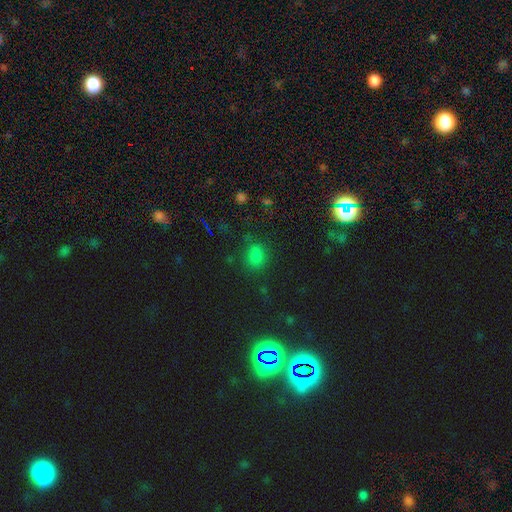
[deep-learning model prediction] A smooth galaxy with no disk features (65%) that is in between round and cigar-shaped (69%).

Vote fractions:
- Smooth or featured? smooth: 65% / star or artifact: 29% / featured or disk: 6%
- How rounded? in between: 69% / round: 28% / cigar-shaped: 3%
- Merging? none: 76% / minor disturbance: 15% / major disturbance: 6% / merger: 3%